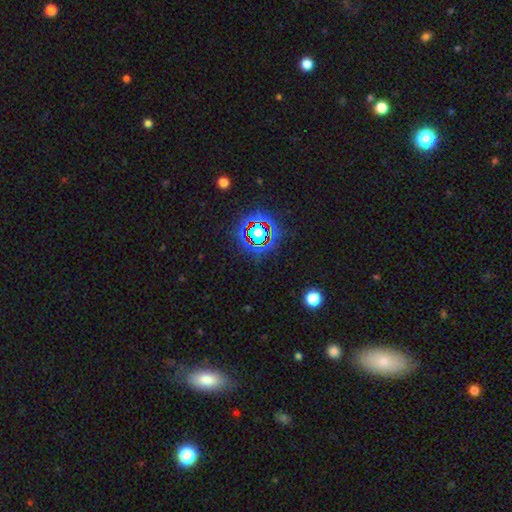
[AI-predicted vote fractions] Smooth or featured: star or artifact — 69% (smooth — 17%)